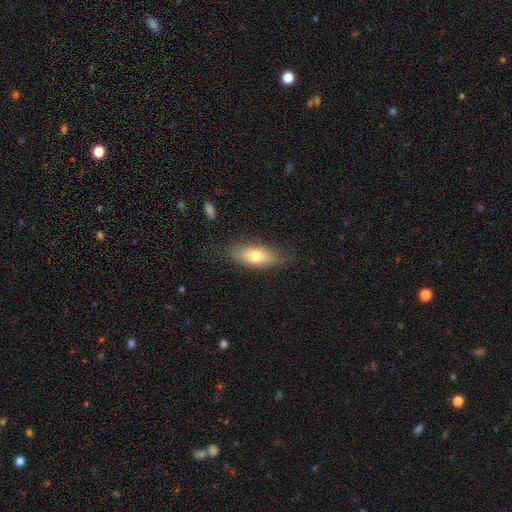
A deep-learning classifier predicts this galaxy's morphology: A smooth galaxy with no disk features (72%) that is in between round and cigar-shaped (80%). Merging: none (75%).